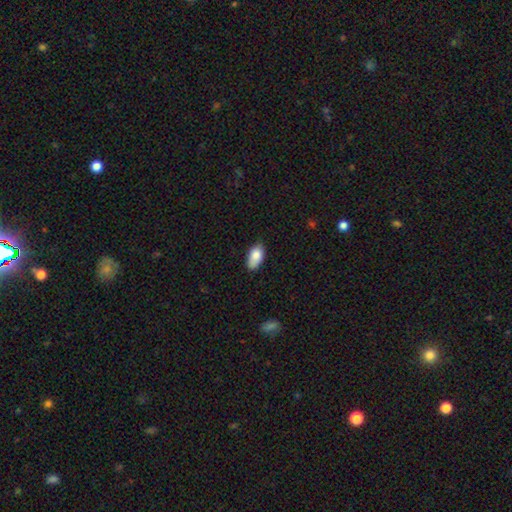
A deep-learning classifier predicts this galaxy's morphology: smooth_or_featured: smooth (p=0.83) [alt: featured or disk p=0.10]
how_rounded: in between (p=0.93) [alt: round p=0.04]
merging: none (p=0.71) [alt: minor disturbance p=0.24]